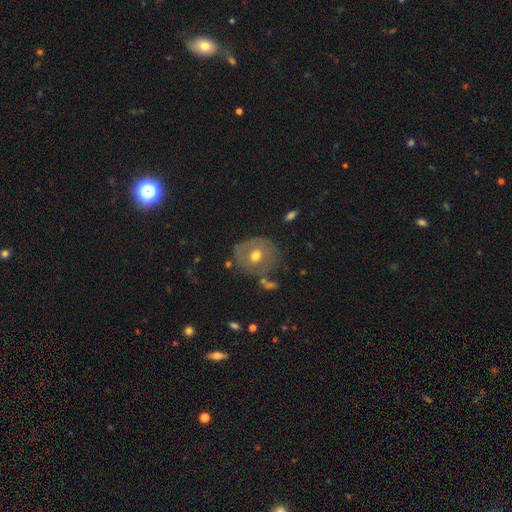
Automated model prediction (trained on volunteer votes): smooth_or_featured: smooth (p=0.52) [alt: featured or disk p=0.39]
how_rounded: round (p=0.80) [alt: in between p=0.19]
merging: none (p=0.70) [alt: minor disturbance p=0.18]